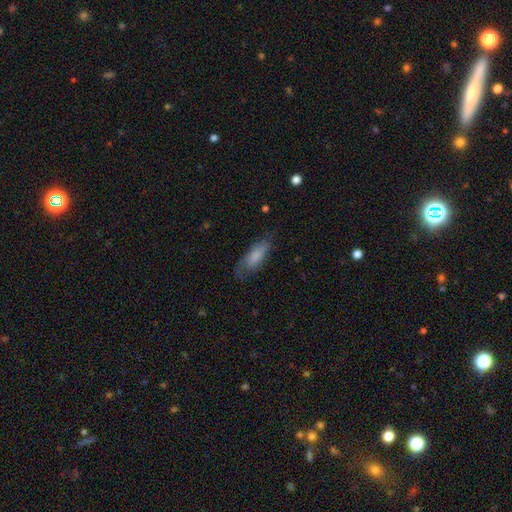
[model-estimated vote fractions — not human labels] This appears to be a smooth galaxy with no disk features (71%) that is in between round and cigar-shaped (67%). Merging: none (63%).